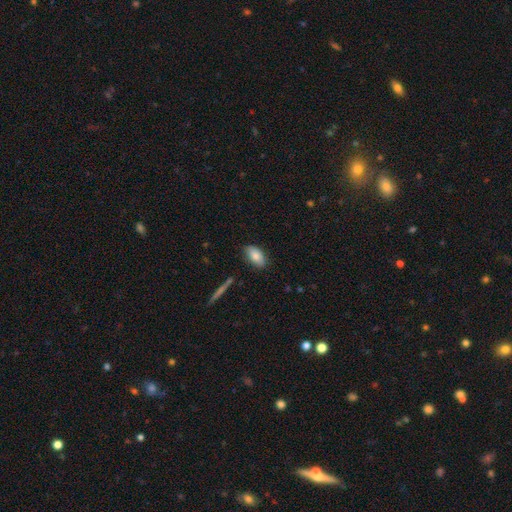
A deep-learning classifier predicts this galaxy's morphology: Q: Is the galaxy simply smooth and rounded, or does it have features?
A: smooth — 83%.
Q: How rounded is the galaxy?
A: in between — 92%.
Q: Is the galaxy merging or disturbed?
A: none — 80%.